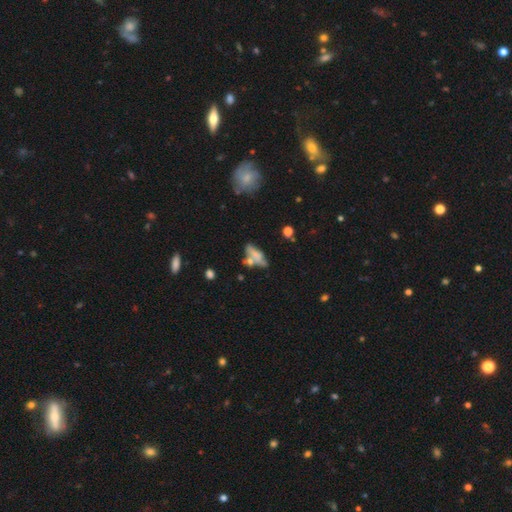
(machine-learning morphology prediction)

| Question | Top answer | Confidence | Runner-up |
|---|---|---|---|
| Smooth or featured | smooth | 54% | featured or disk (35%) |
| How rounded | in between | 59% | cigar-shaped (36%) |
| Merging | none | 39% | merger (30%) |